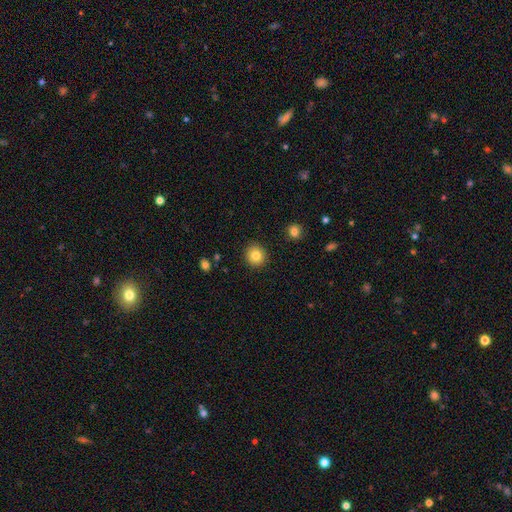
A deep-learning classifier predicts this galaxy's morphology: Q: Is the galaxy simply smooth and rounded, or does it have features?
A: smooth — 82%.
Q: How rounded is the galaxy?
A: round — 92%.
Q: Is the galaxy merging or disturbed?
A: none — 91%.